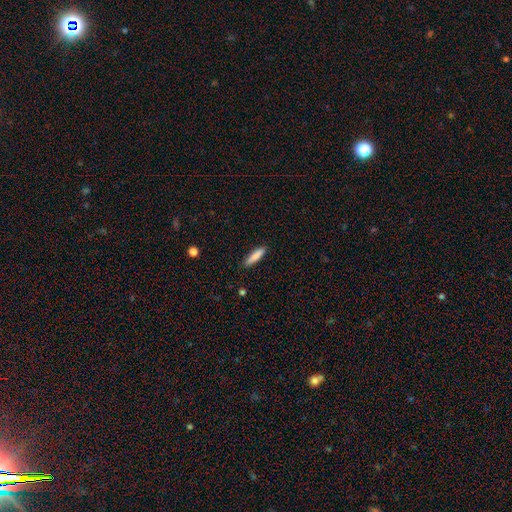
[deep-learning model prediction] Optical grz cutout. It shows a smooth galaxy with no disk features (85%) that is cigar-shaped (78%). Merging: none (88%).